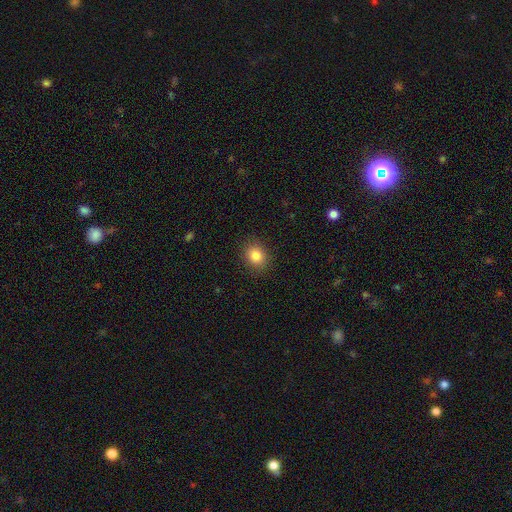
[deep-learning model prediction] A smooth galaxy with no disk features (84%) that is round (58%). Merging: none (88%).